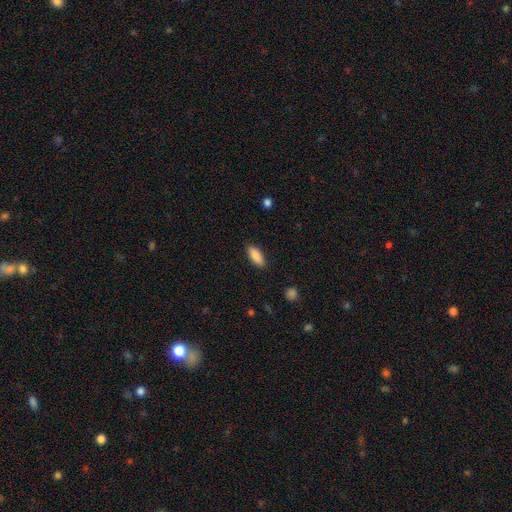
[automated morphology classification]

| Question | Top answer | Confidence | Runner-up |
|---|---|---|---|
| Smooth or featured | smooth | 87% | featured or disk (7%) |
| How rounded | in between | 78% | cigar-shaped (20%) |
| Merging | none | 88% | minor disturbance (9%) |